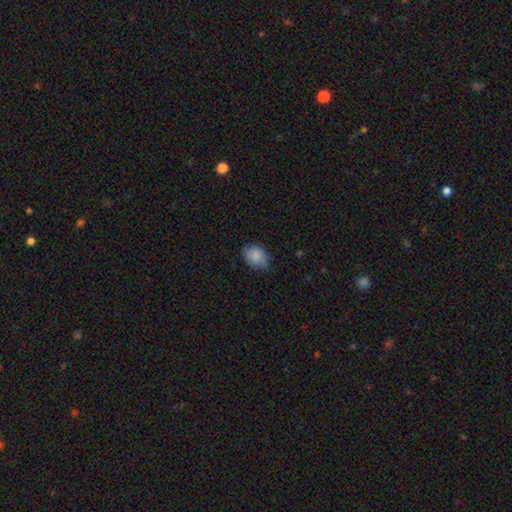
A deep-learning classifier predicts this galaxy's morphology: Smooth or featured? Predicted: smooth (p=0.87). How rounded? Predicted: in between (p=0.74). Merging? Predicted: none (p=0.77).